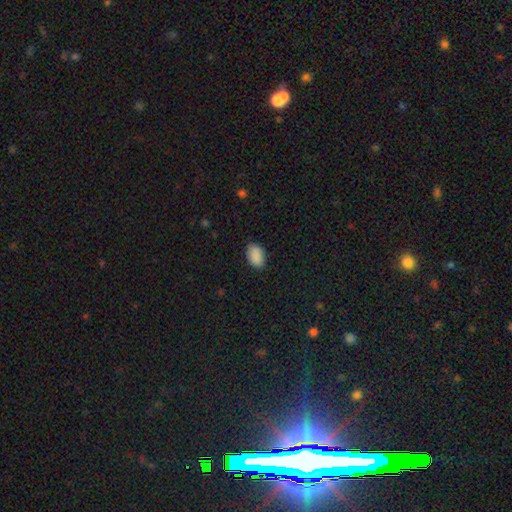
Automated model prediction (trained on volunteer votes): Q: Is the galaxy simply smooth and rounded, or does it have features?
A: smooth — 90%.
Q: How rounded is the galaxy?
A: in between — 90%.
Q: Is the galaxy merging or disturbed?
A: none — 84%.